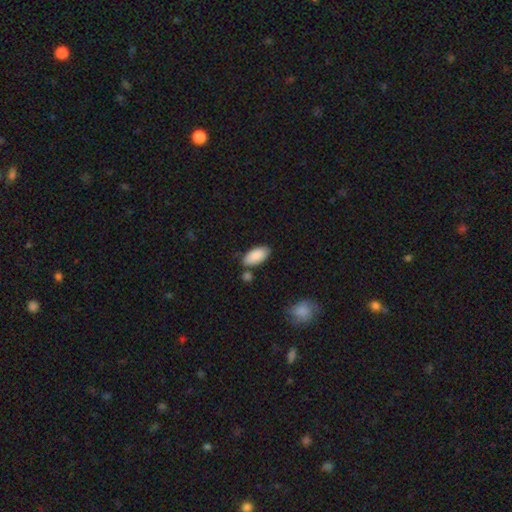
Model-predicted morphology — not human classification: Smooth or featured?
  - smooth: 89% *
  - star or artifact: 6%
  - featured or disk: 6%
How rounded?
  - in between: 93% *
  - cigar-shaped: 5%
  - round: 2%
Merging?
  - none: 76% *
  - minor disturbance: 13%
  - merger: 8%
  - major disturbance: 3%